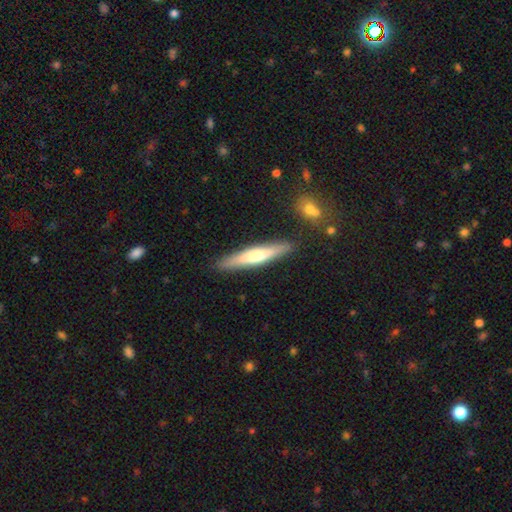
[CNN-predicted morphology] Smooth or featured: smooth — 54% (featured or disk — 40%)
How rounded: cigar-shaped — 89% (in between — 10%)
Merging: none — 88% (minor disturbance — 8%)